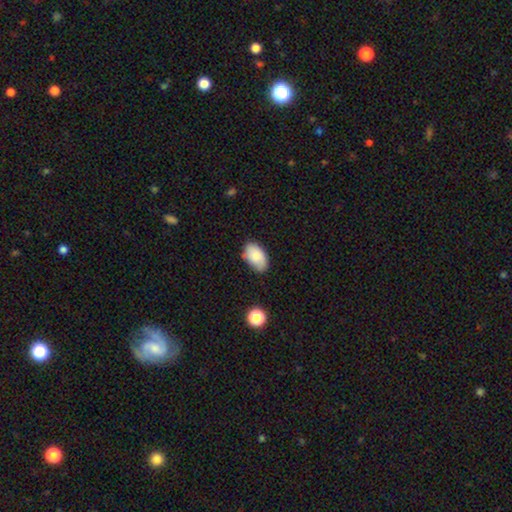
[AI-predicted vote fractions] Smooth or featured? smooth (81%)
How rounded? in between (92%)
Merging? none (69%)